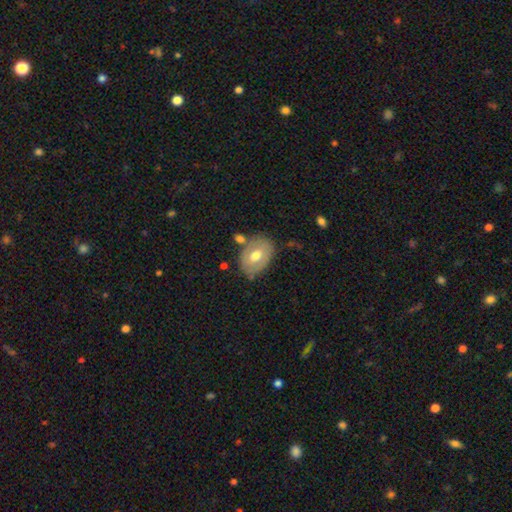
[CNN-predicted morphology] Smooth or featured? smooth (56%)
How rounded? in between (76%)
Merging? none (67%)